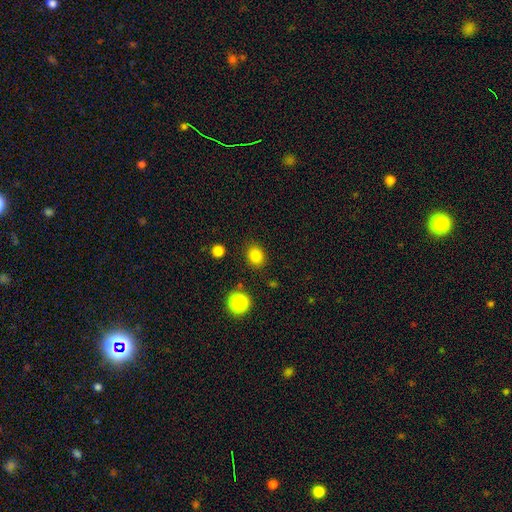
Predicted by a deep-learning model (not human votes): smooth-or-featured: smooth: 83% | star or artifact: 12% | featured or disk: 5%
  how-rounded: round: 63% | in between: 36% | cigar-shaped: 1%
  merging: none: 86% | minor disturbance: 9% | major disturbance: 3% | merger: 2%